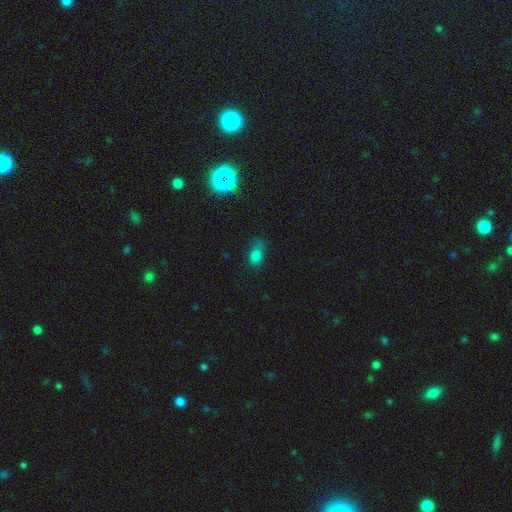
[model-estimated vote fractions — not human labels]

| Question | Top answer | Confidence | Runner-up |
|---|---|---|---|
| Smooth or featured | smooth | 74% | star or artifact (19%) |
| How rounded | in between | 62% | round (36%) |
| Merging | none | 49% | minor disturbance (32%) |